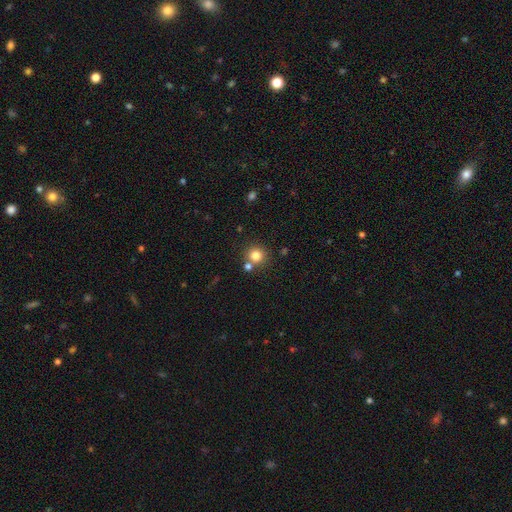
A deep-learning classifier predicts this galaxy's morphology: smooth_or_featured: smooth (p=0.81) [alt: star or artifact p=0.13]
how_rounded: round (p=0.91) [alt: in between p=0.08]
merging: none (p=0.74) [alt: merger p=0.16]